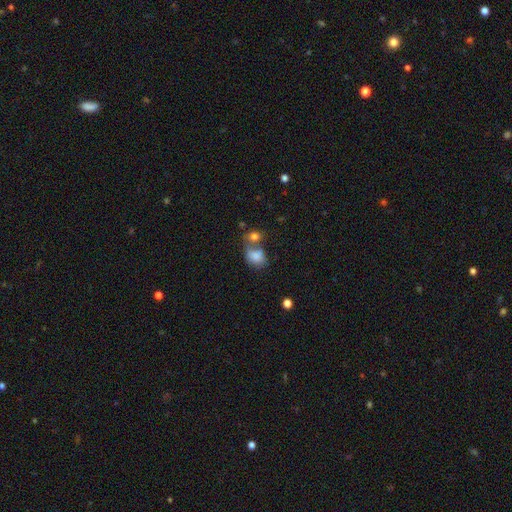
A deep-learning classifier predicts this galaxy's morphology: smooth_or_featured: smooth (p=0.81) [alt: featured or disk p=0.10]
how_rounded: in between (p=0.61) [alt: round p=0.37]
merging: merger (p=0.41) [alt: none p=0.33]